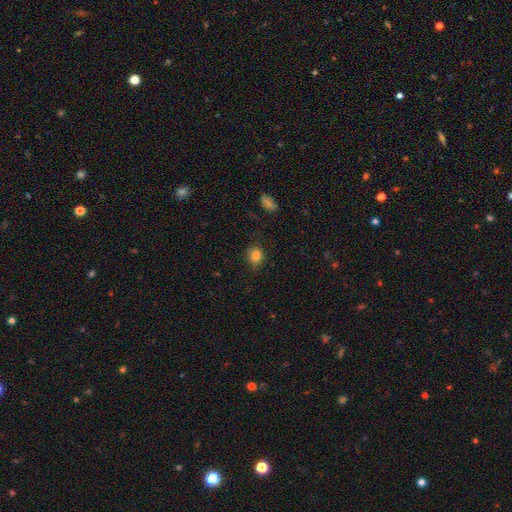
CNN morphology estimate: Smooth or featured? Predicted: smooth (p=0.82). How rounded? Predicted: round (p=0.61). Merging? Predicted: none (p=0.76).